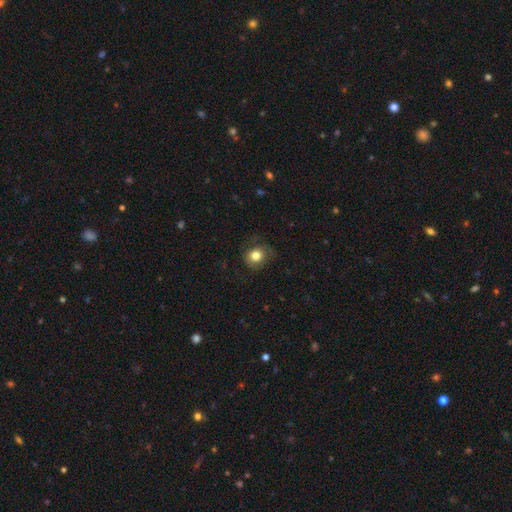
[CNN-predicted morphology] The model was most divided on "merging": none: 73%, minor disturbance: 18%, major disturbance: 7%, merger: 1%. More confident: how rounded — round (81%); smooth or featured — smooth (81%).